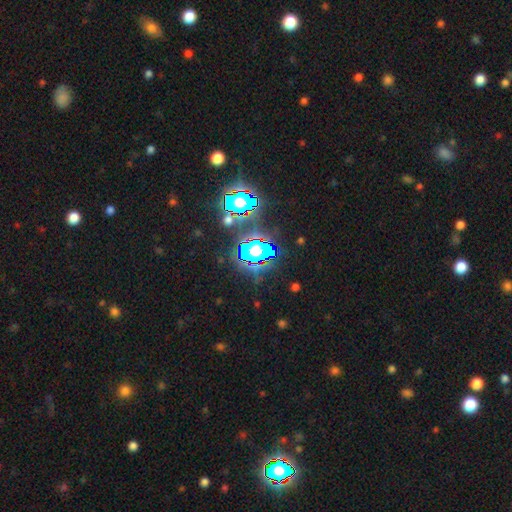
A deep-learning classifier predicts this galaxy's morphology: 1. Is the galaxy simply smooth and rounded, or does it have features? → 78% star or artifact, 12% smooth, 10% featured or disk.